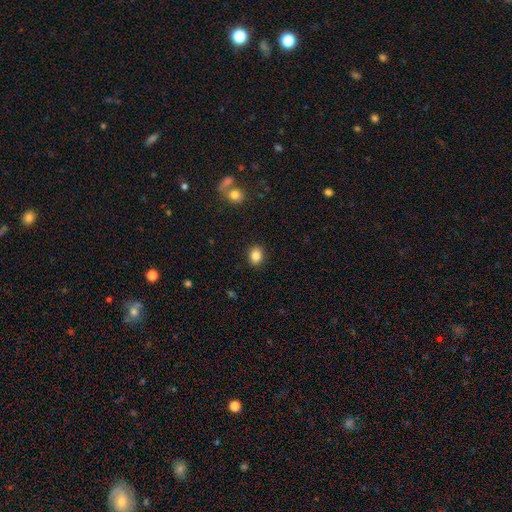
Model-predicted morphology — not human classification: Smooth or featured? smooth (84%)
How rounded? round (54%)
Merging? none (90%)